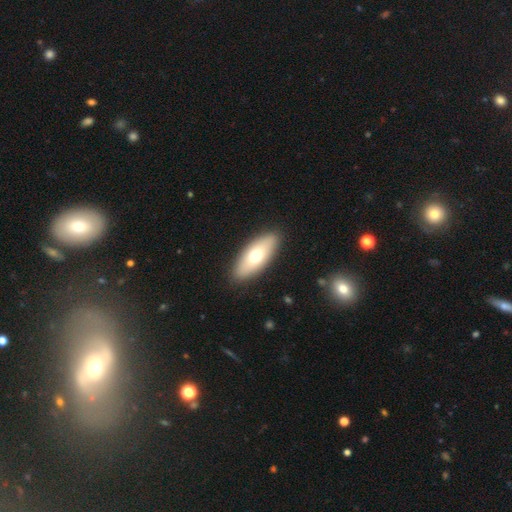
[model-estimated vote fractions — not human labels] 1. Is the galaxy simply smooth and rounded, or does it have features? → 68% smooth, 26% featured or disk, 5% star or artifact.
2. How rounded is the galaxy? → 78% in between, 20% cigar-shaped, 2% round.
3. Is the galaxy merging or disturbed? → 89% none, 8% minor disturbance, 2% major disturbance, 1% merger.